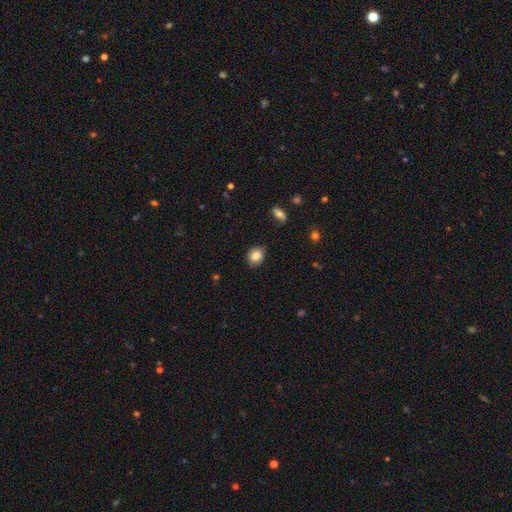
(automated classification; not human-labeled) Smooth or featured: smooth — 85% (star or artifact — 9%)
How rounded: round — 58% (in between — 41%)
Merging: none — 83% (minor disturbance — 13%)